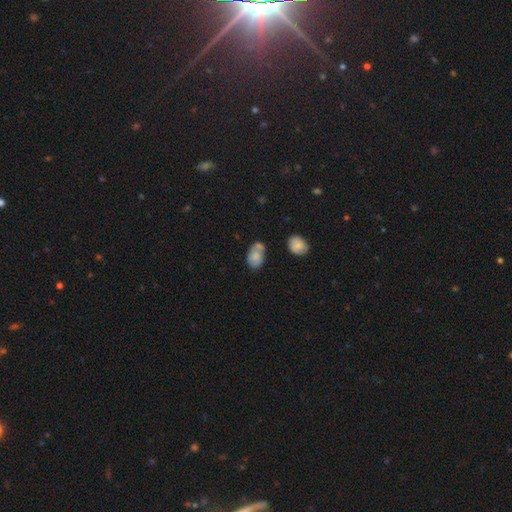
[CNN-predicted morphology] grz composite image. It shows a smooth galaxy with no disk features (72%) that is in between round and cigar-shaped (84%). Merging: none (41%).